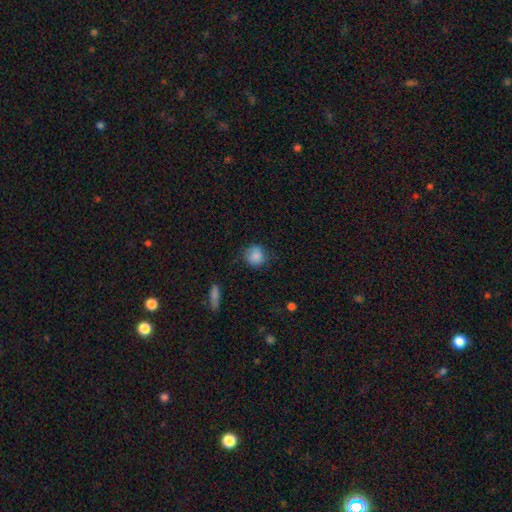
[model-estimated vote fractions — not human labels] Q: Smooth or featured?
A: smooth (85%); runner-up: star or artifact (8%)
Q: How rounded?
A: round (84%); runner-up: in between (15%)
Q: Merging?
A: none (68%); runner-up: minor disturbance (23%)